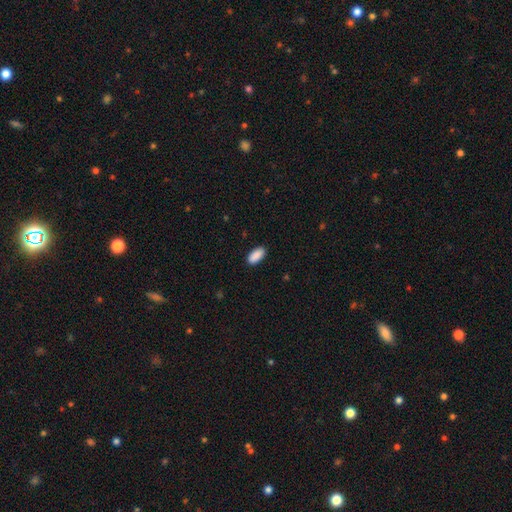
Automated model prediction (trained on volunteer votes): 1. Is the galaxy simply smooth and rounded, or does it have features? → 91% smooth, 6% star or artifact, 3% featured or disk.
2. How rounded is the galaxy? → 92% in between, 6% cigar-shaped, 2% round.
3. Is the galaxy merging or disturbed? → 89% none, 8% minor disturbance, 2% major disturbance, 1% merger.